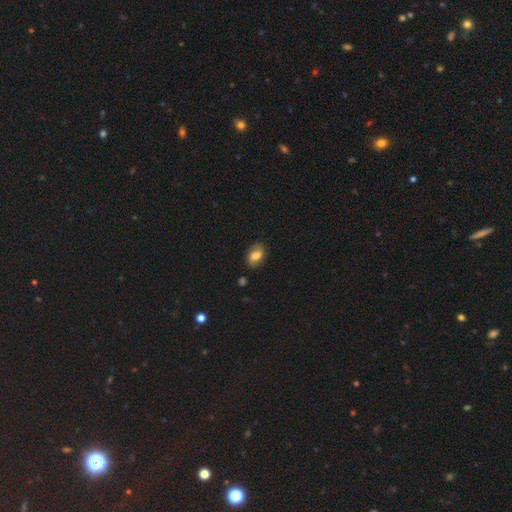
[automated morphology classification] smooth 75%, featured or disk 17%, star or artifact 8%. Down the decision tree: how rounded — in between (83%); merging — none (81%).